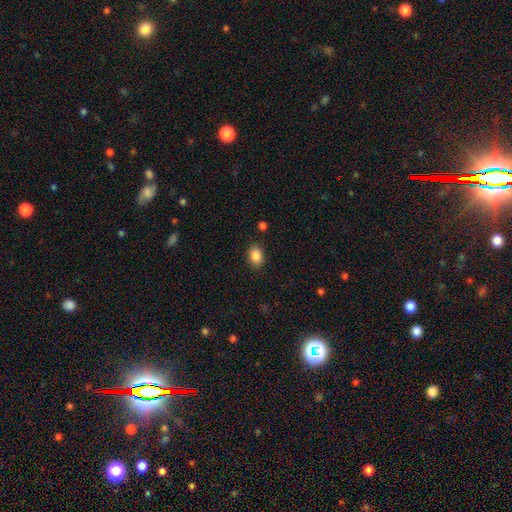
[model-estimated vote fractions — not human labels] The model was most divided on "how rounded": in between: 71%, round: 28%, cigar-shaped: 1%. More confident: smooth or featured — smooth (86%); merging — none (86%).